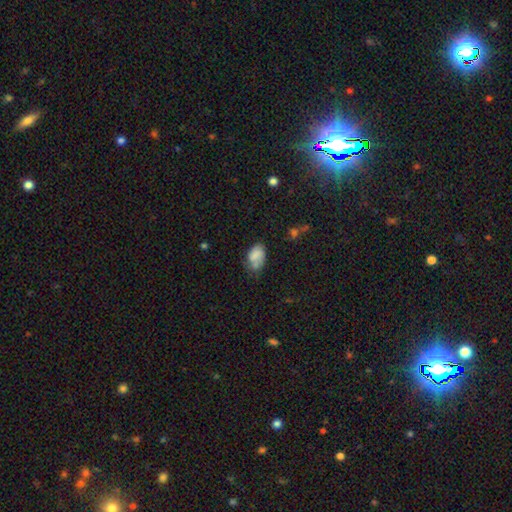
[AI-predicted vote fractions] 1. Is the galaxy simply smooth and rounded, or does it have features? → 70% smooth, 20% featured or disk, 9% star or artifact.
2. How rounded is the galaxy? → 87% in between, 11% round, 1% cigar-shaped.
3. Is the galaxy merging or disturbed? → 43% none, 36% minor disturbance, 14% major disturbance, 8% merger.